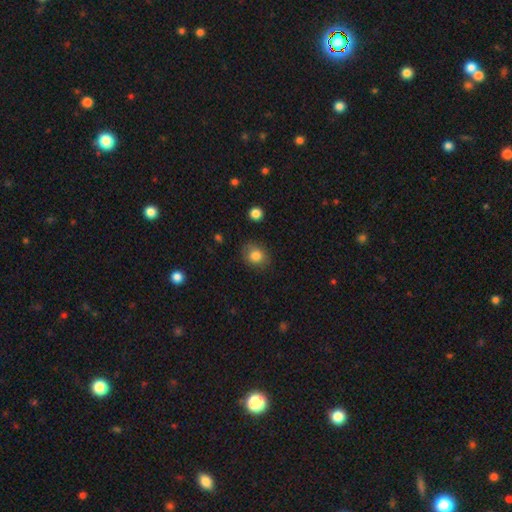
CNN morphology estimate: Smooth or featured?
  - smooth: 82% *
  - star or artifact: 10%
  - featured or disk: 8%
How rounded?
  - round: 65% *
  - in between: 34%
  - cigar-shaped: 1%
Merging?
  - none: 77% *
  - minor disturbance: 17%
  - major disturbance: 4%
  - merger: 2%